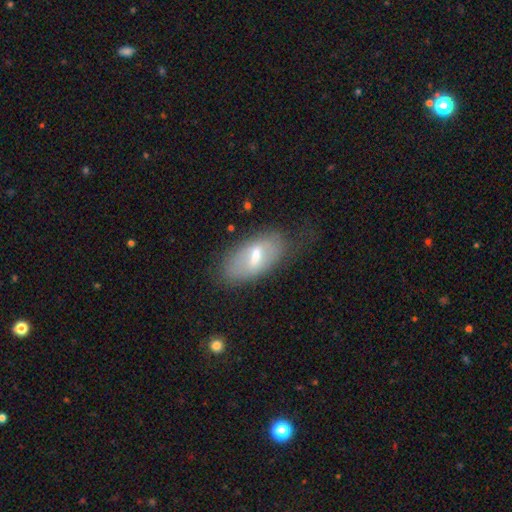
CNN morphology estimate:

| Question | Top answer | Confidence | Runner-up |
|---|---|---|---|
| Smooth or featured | smooth | 49% | featured or disk (43%) |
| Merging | none | 62% | minor disturbance (24%) |